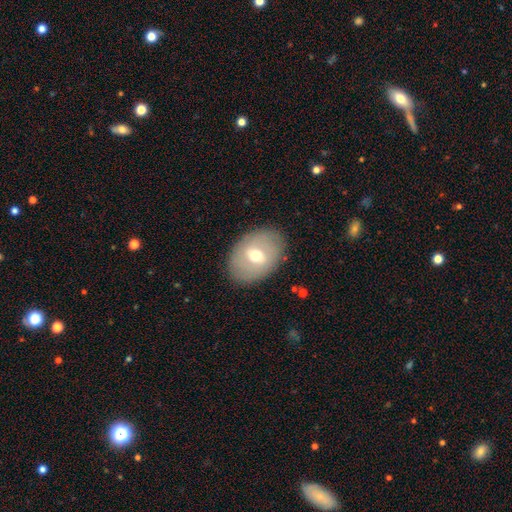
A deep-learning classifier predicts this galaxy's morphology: smooth_or_featured: smooth (p=0.51) [alt: featured or disk p=0.40]
how_rounded: in between (p=0.74) [alt: round p=0.25]
merging: none (p=0.86) [alt: minor disturbance p=0.10]